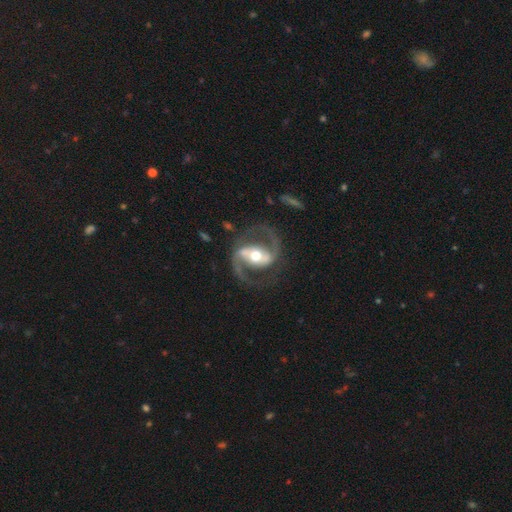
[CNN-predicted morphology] Overall: featured or disk (91%). Edge-on disk: no (97%). Bar: strong (52%; weak 29%). Spiral arms: yes (96%). Spiral arm count: 2 (94%). Spiral winding: medium (62%; loose 24%). Bulge size: moderate (70%). Merging: none (78%).